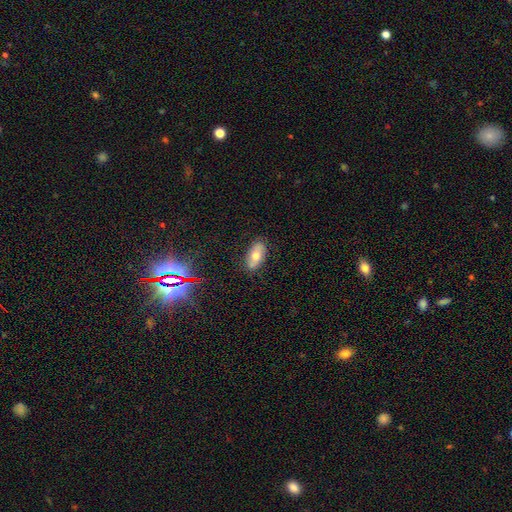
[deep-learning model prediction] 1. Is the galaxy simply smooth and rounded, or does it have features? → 65% smooth, 25% featured or disk, 9% star or artifact.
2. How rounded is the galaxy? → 88% in between, 9% cigar-shaped, 4% round.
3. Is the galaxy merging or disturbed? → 84% none, 12% minor disturbance, 3% major disturbance, 1% merger.